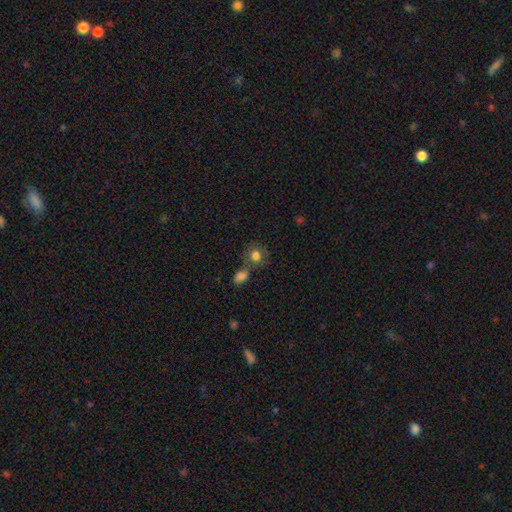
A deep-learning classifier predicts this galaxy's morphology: This appears to be a smooth galaxy with no disk features (79%) that is round (75%). Merging: none (53%).